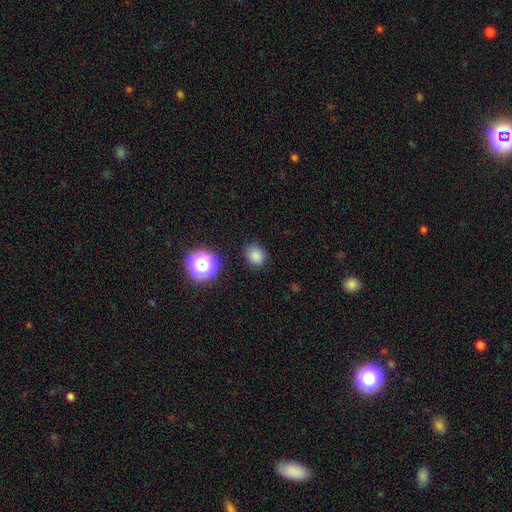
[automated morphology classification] Smooth or featured? smooth (82%)
How rounded? round (60%)
Merging? none (84%)